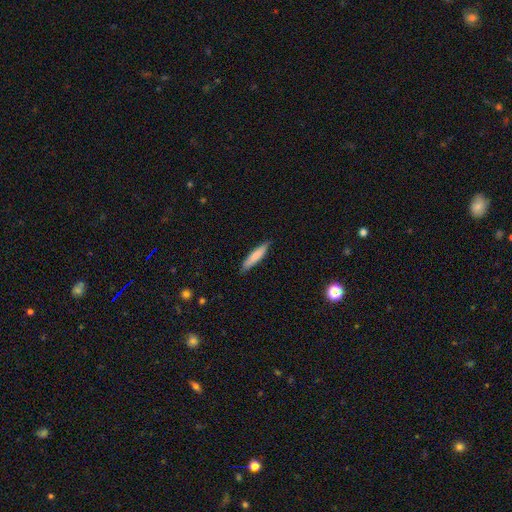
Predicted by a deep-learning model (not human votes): Smooth or featured? Predicted: smooth (p=0.79). How rounded? Predicted: cigar-shaped (p=0.87). Merging? Predicted: none (p=0.87).